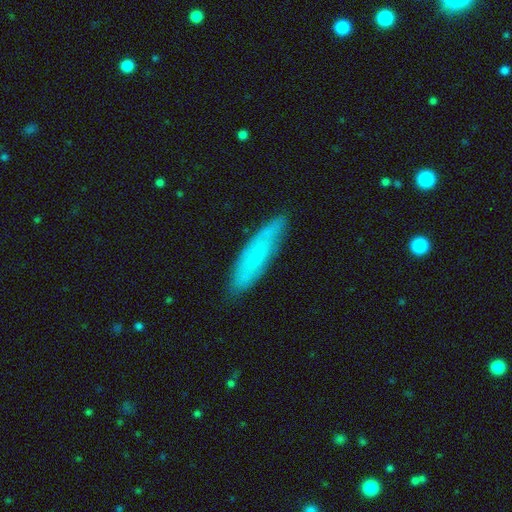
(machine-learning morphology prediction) smooth 64%, featured or disk 28%, star or artifact 7%. Down the decision tree: how rounded — cigar-shaped (70%); merging — none (82%).